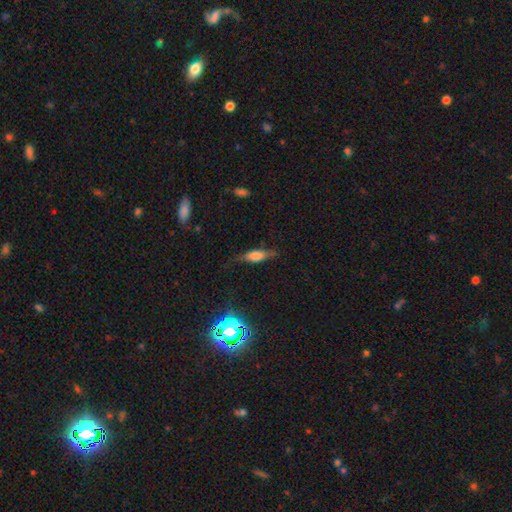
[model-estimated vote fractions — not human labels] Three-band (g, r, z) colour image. It shows a smooth galaxy with no disk features (49%). Merging: none (68%).